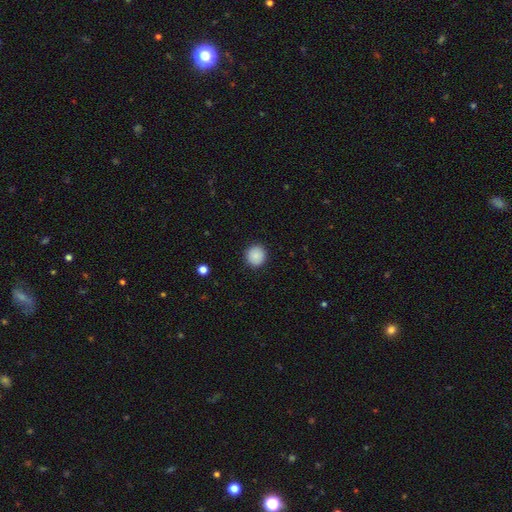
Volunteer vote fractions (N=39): Q: Smooth or featured?
A: smooth (85%); runner-up: star or artifact (10%)
Q: How rounded?
A: round (85%); runner-up: in between (15%)
Q: Merging?
A: none (83%); runner-up: major disturbance (9%)